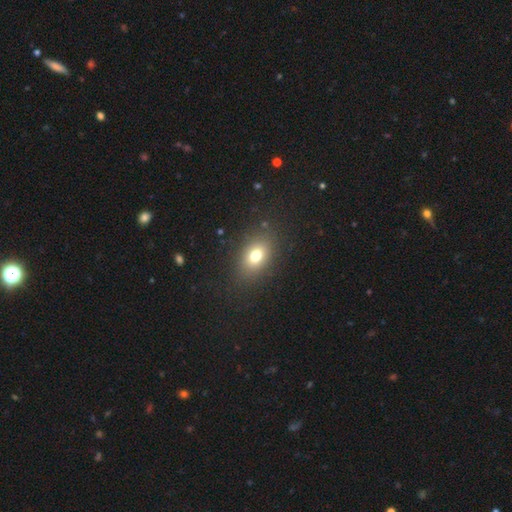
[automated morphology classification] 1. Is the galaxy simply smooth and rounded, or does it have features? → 74% smooth, 13% featured or disk, 13% star or artifact.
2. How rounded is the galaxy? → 74% in between, 25% round, 2% cigar-shaped.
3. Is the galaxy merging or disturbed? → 85% none, 9% minor disturbance, 4% major disturbance, 1% merger.